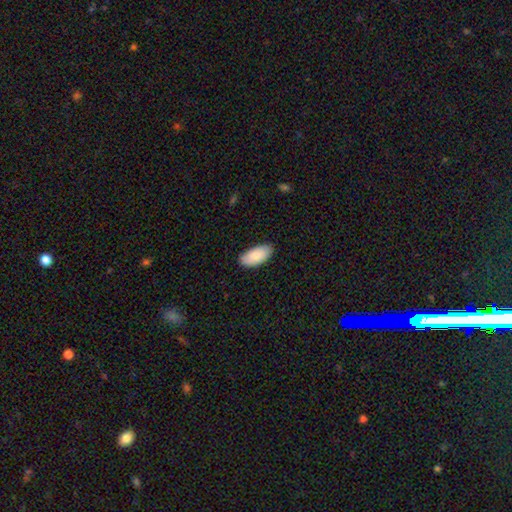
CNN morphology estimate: smooth 87%, featured or disk 8%, star or artifact 6%. Down the decision tree: how rounded — in between (95%); merging — none (85%).